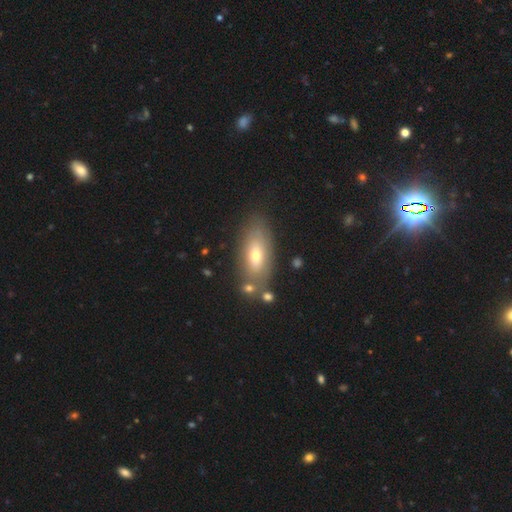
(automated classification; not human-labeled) Smooth or featured: smooth — 59% (featured or disk — 32%)
How rounded: in between — 82% (cigar-shaped — 14%)
Merging: none — 74% (minor disturbance — 14%)